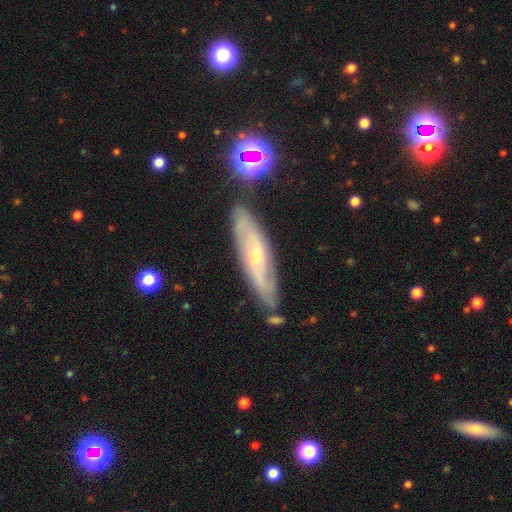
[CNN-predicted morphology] Overall: featured or disk (70%). Edge-on disk: no (64%; yes 36%). Merging: none (77%).